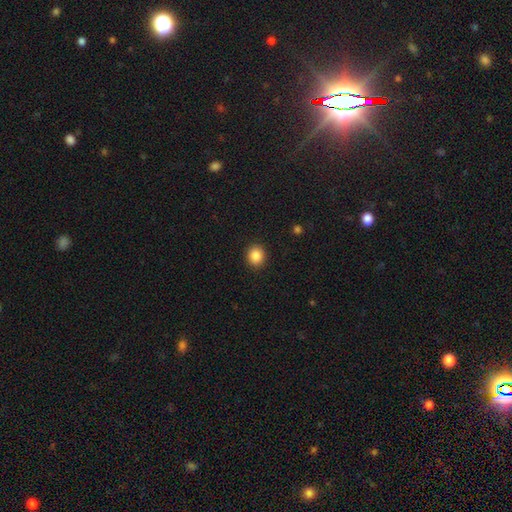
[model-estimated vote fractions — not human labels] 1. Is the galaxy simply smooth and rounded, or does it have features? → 86% smooth, 10% star or artifact, 4% featured or disk.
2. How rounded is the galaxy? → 79% round, 21% in between, 1% cigar-shaped.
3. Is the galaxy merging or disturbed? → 92% none, 6% minor disturbance, 2% major disturbance, 1% merger.